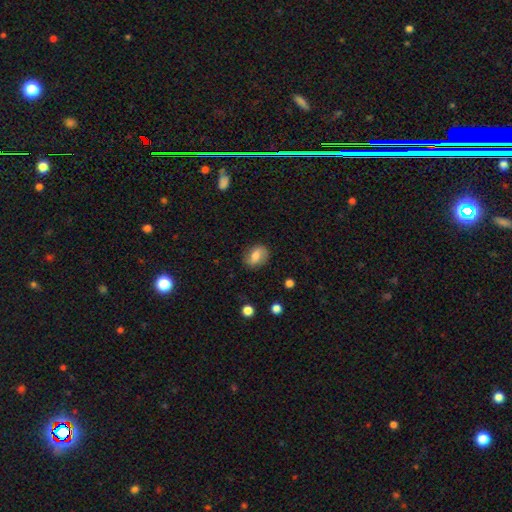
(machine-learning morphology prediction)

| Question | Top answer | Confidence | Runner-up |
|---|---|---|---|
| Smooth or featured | smooth | 70% | featured or disk (22%) |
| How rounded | in between | 70% | round (28%) |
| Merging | none | 78% | minor disturbance (16%) |